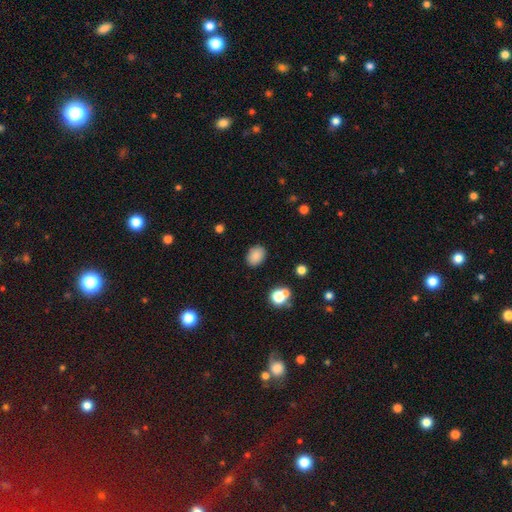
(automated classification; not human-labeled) smooth 85%, star or artifact 10%, featured or disk 5%. Down the decision tree: how rounded — in between (72%); merging — none (86%).